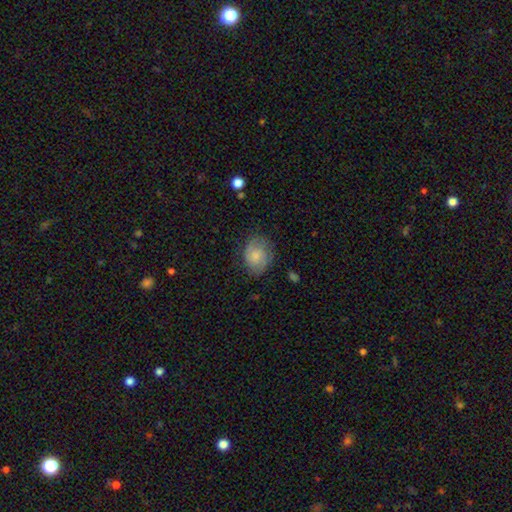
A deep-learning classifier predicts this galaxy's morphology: A smooth galaxy with no disk features (70%) that is in between round and cigar-shaped (53%). Merging: none (67%).